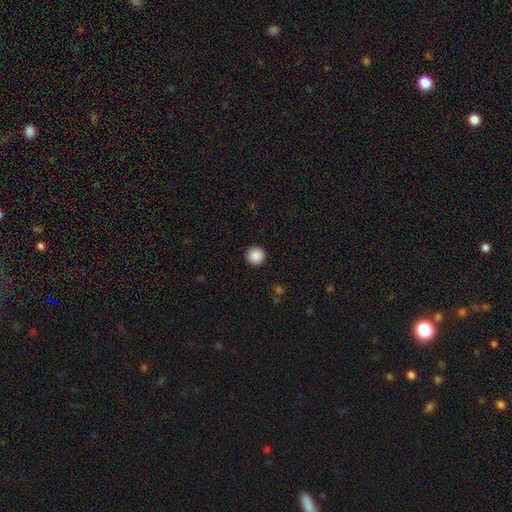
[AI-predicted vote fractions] The model was most divided on "smooth or featured": smooth: 88%, star or artifact: 9%, featured or disk: 3%. More confident: how rounded — round (96%); merging — none (93%).